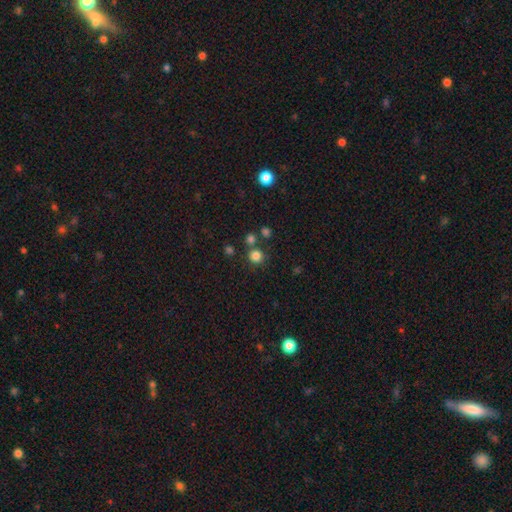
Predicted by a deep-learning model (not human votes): This is clearly a smooth galaxy (80%). How rounded: clearly round (91%). Merging: likely none (75%).